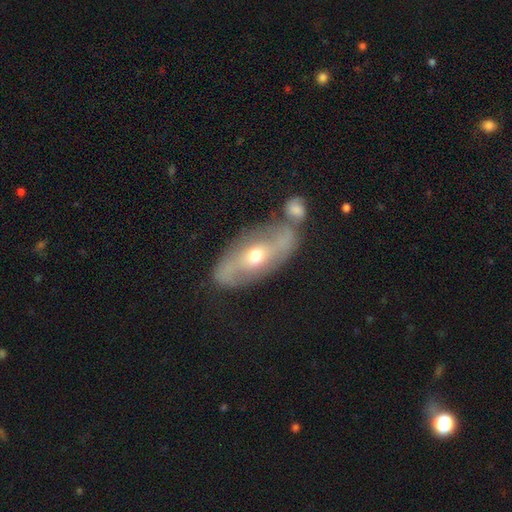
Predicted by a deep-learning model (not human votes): A featured or disk galaxy (68%) with no bar (46%), spiral arms (67%) and a moderate central bulge (72%).

Vote fractions:
- Smooth or featured? featured or disk: 68% / smooth: 25% / star or artifact: 6%
- Edge-on disk? no: 87% / yes: 13%
- Bar? no: 46% / weak: 32% / strong: 22%
- Spiral arms? yes: 67% / no: 33%
- Bulge size? moderate: 72% / small: 21% / large: 5% / dominant: 1% / none: 1%
- Merging? none: 53% / merger: 25% / minor disturbance: 15% / major disturbance: 7%